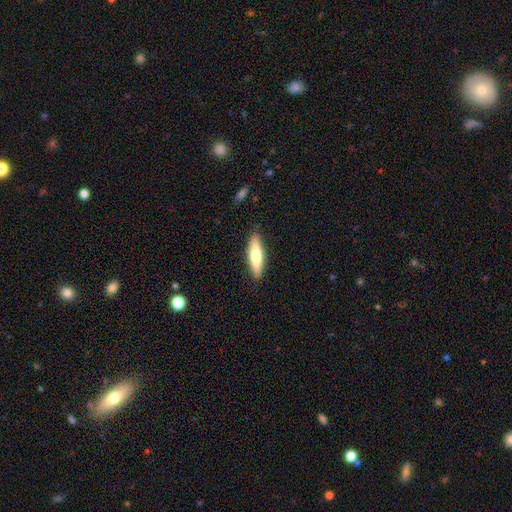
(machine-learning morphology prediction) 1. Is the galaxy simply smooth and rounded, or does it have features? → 67% smooth, 27% featured or disk, 5% star or artifact.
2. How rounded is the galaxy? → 64% cigar-shaped, 35% in between, 2% round.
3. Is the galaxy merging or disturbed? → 88% none, 9% minor disturbance, 2% major disturbance, 1% merger.